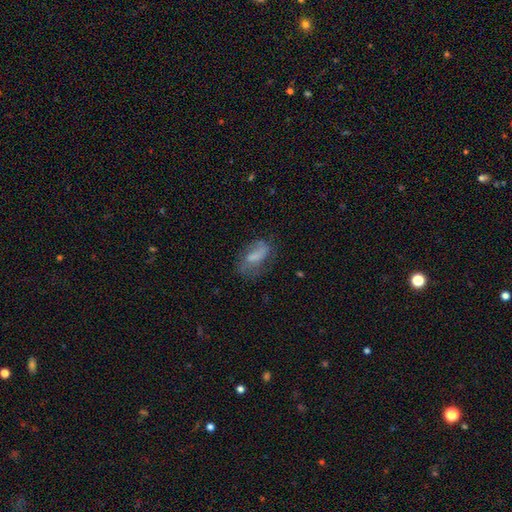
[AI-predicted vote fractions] smooth-or-featured: smooth: 56% | featured or disk: 34% | star or artifact: 10%
  how-rounded: in between: 82% | cigar-shaped: 12% | round: 5%
  merging: none: 54% | minor disturbance: 26% | major disturbance: 18% | merger: 2%